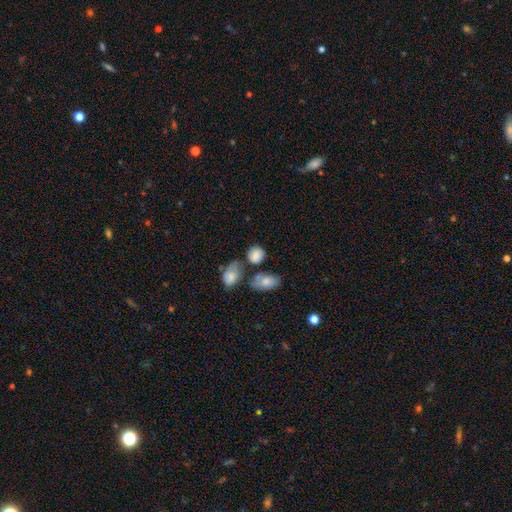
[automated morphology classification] A smooth galaxy with no disk features (82%) that is round (54%). Merging: none (56%).